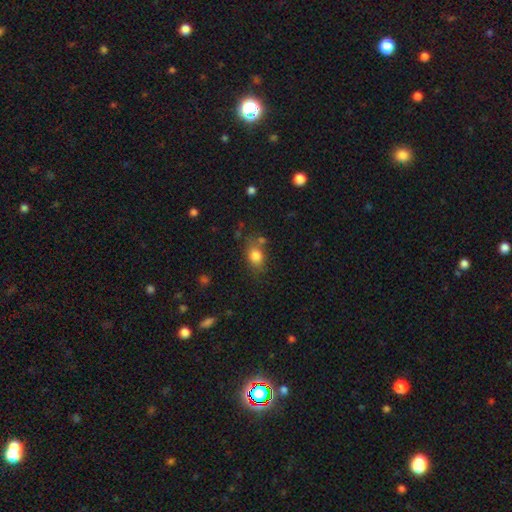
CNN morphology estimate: smooth_or_featured: smooth (p=0.81) [alt: star or artifact p=0.10]
how_rounded: in between (p=0.65) [alt: round p=0.33]
merging: none (p=0.67) [alt: minor disturbance p=0.18]